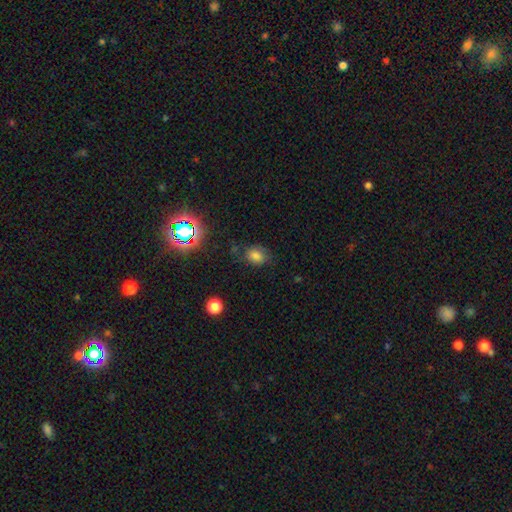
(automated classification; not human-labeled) This is likely a smooth galaxy (74%). How rounded: likely in between (63%). Merging: likely none (70%).